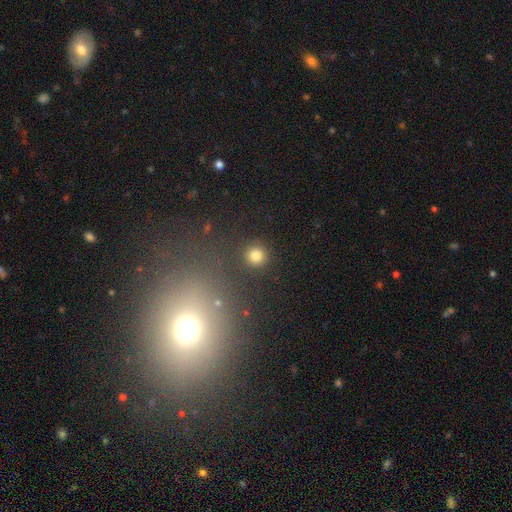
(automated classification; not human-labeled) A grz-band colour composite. It shows a smooth galaxy with no disk features (81%) that is round (94%). Merging: none (90%).